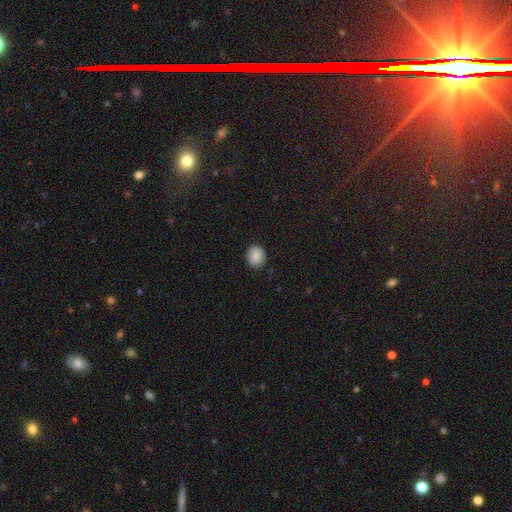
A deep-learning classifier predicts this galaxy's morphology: This appears to be a smooth galaxy with no disk features (88%) that is round (69%). Merging: none (88%).